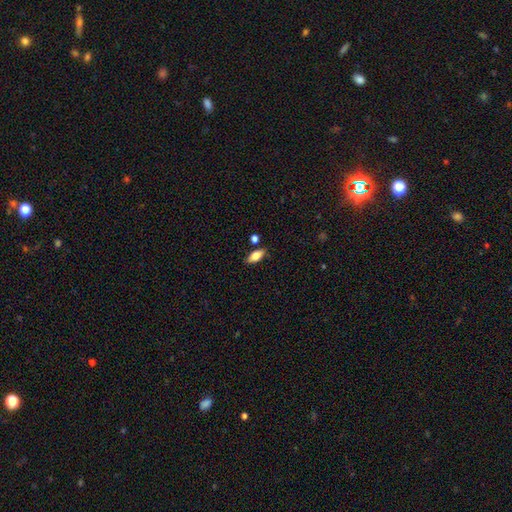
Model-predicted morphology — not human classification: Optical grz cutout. It shows a smooth galaxy with no disk features (77%) that is in between round and cigar-shaped (86%). Merging: none (80%).